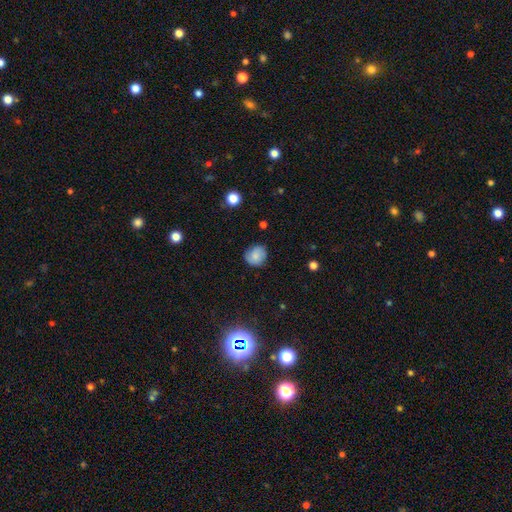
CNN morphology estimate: This is likely a smooth galaxy (78%). How rounded: clearly round (84%). Merging: likely none (76%).